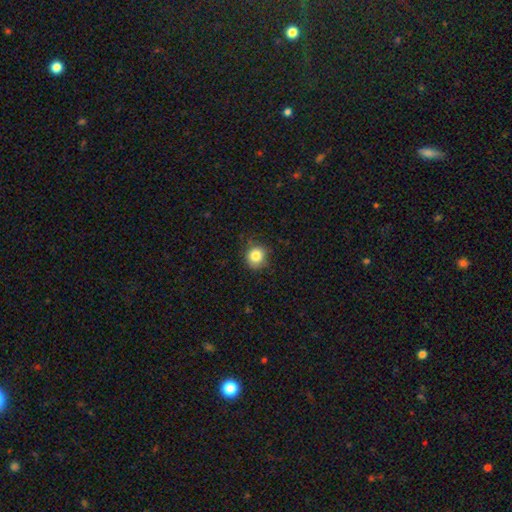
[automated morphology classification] smooth_or_featured: smooth (p=0.83) [alt: star or artifact p=0.11]
how_rounded: round (p=0.89) [alt: in between p=0.10]
merging: none (p=0.81) [alt: minor disturbance p=0.15]